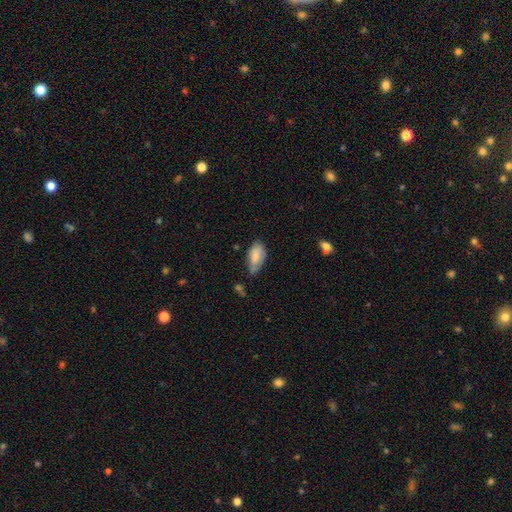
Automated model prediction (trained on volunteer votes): The model was most divided on "merging": none: 46%, minor disturbance: 40%, major disturbance: 9%, merger: 5%. More confident: how rounded — in between (93%); smooth or featured — smooth (78%).